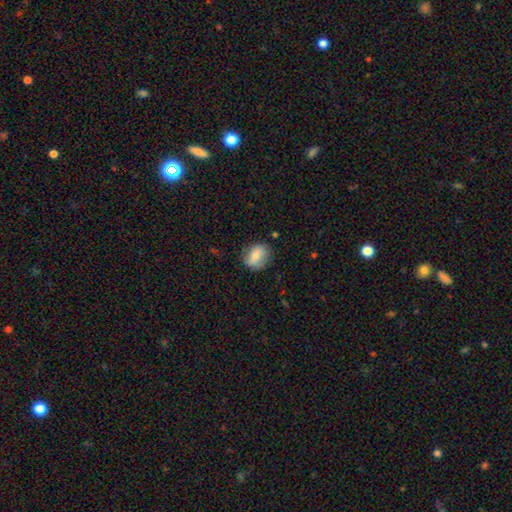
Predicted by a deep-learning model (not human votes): smooth_or_featured: smooth (p=0.69) [alt: featured or disk p=0.23]
how_rounded: round (p=0.52) [alt: in between p=0.46]
merging: none (p=0.77) [alt: minor disturbance p=0.17]